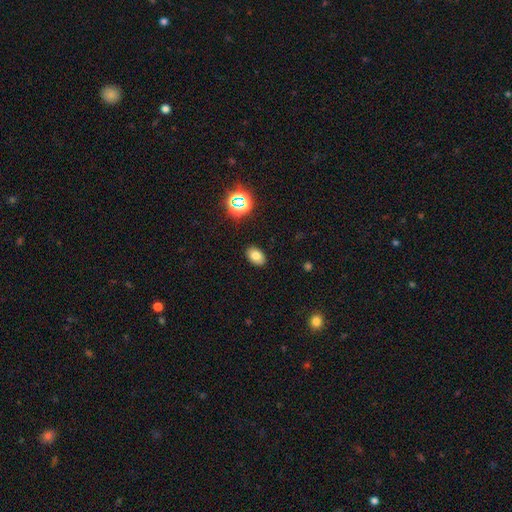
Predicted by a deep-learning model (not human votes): Morphology: type=smooth (76%); roundness=in between (85%); merging=none (88%).